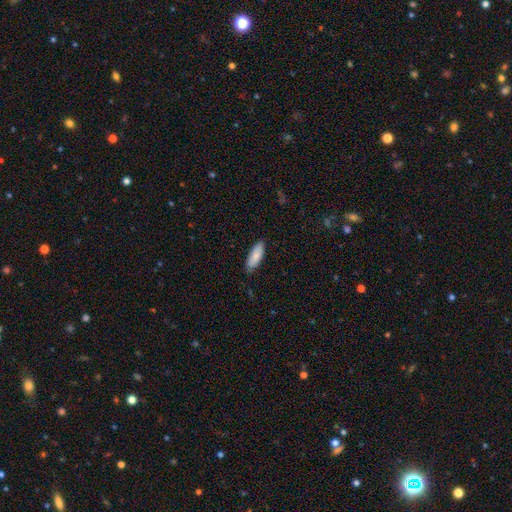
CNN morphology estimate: Q: Smooth or featured?
A: smooth (86%); runner-up: featured or disk (8%)
Q: How rounded?
A: in between (65%); runner-up: cigar-shaped (33%)
Q: Merging?
A: none (85%); runner-up: minor disturbance (12%)